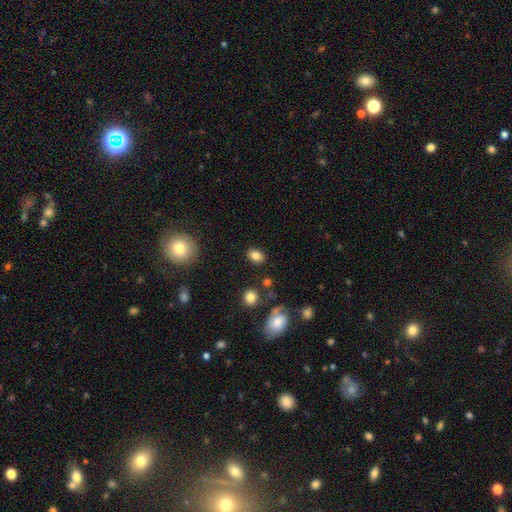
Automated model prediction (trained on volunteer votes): This appears to be a smooth galaxy with no disk features (83%) that is in between round and cigar-shaped (73%). Merging: none (84%).